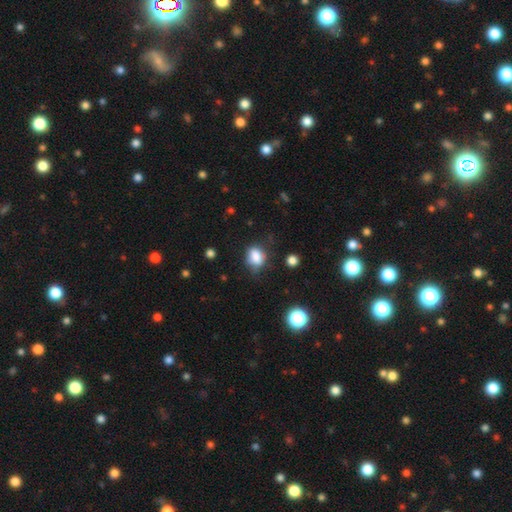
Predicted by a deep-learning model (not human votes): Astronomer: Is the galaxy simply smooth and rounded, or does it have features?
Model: smooth — 81%.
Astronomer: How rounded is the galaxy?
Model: in between — 54% (runner-up: round, 44%).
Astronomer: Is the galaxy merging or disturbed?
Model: none — 57%.